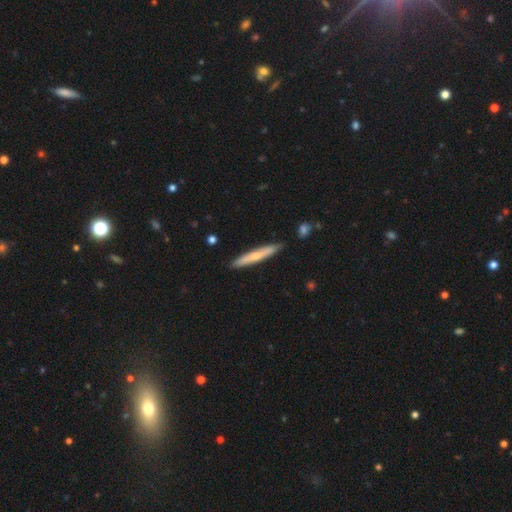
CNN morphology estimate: This appears to be a smooth galaxy with no disk features (58%) that is cigar-shaped (95%). Merging: none (88%).